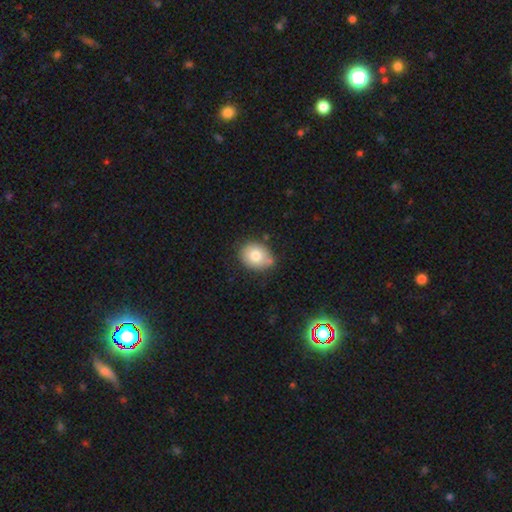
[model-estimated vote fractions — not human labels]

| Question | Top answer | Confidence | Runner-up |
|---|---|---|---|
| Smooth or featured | smooth | 78% | featured or disk (13%) |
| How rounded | in between | 51% | round (48%) |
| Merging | none | 65% | minor disturbance (26%) |